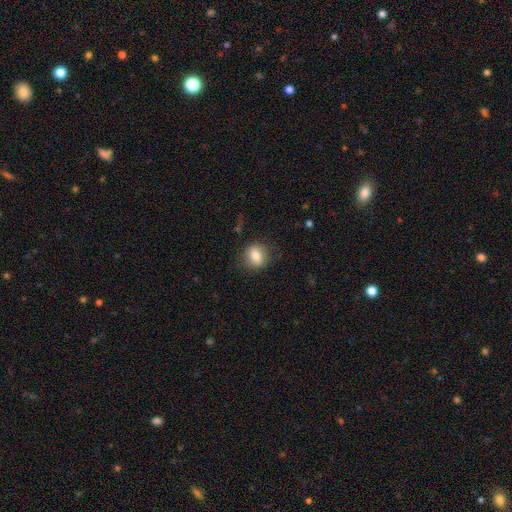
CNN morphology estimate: A smooth galaxy with no disk features (76%) that is round (65%). Merging: none (84%).